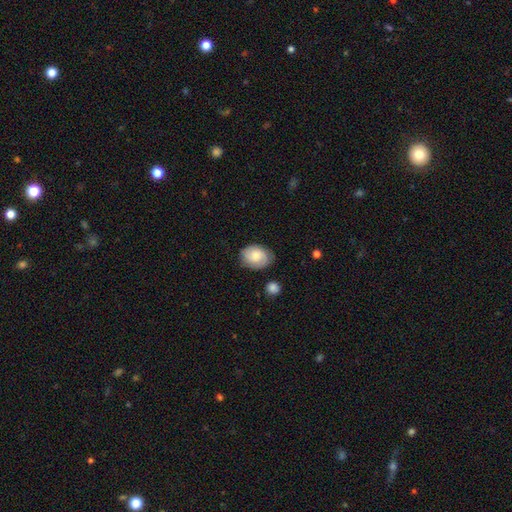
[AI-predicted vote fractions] A smooth galaxy with no disk features (50%) that is in between round and cigar-shaped (62%).

Vote fractions:
- Smooth or featured? smooth: 50% / featured or disk: 42% / star or artifact: 7%
- How rounded? in between: 62% / round: 37% / cigar-shaped: 1%
- Merging? none: 72% / minor disturbance: 21% / major disturbance: 5% / merger: 2%